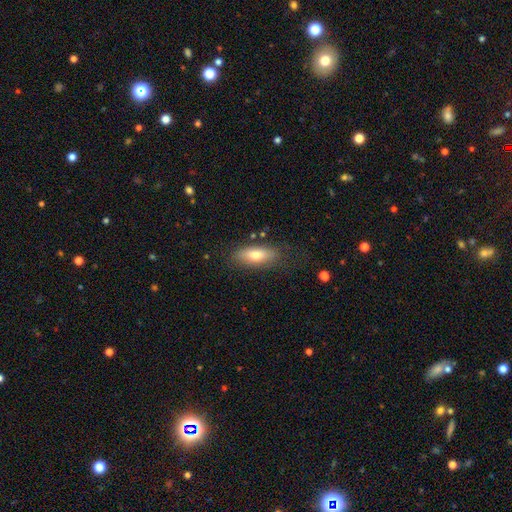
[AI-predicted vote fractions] smooth 71%, featured or disk 22%, star or artifact 7%. Down the decision tree: how rounded — in between (75%); merging — none (77%).